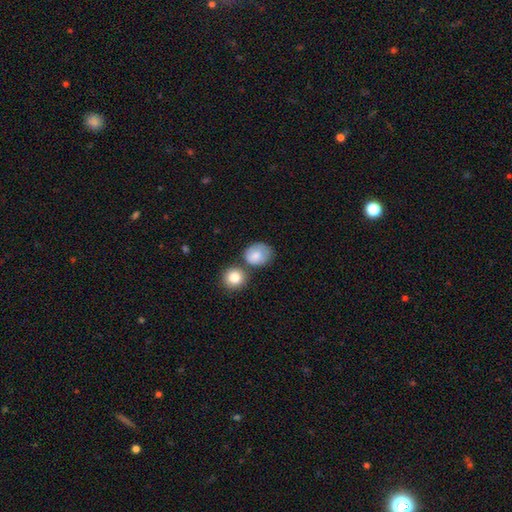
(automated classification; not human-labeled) A smooth galaxy with no disk features (81%) that is round (61%).

Vote fractions:
- Smooth or featured? smooth: 81% / featured or disk: 11% / star or artifact: 8%
- How rounded? round: 61% / in between: 38% / cigar-shaped: 1%
- Merging? none: 51% / minor disturbance: 22% / merger: 20% / major disturbance: 8%